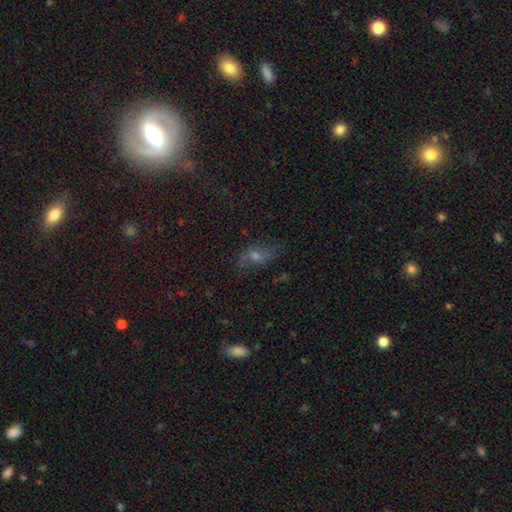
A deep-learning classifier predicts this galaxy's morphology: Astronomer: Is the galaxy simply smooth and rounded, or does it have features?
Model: featured or disk — 39% (runner-up: smooth, 35%).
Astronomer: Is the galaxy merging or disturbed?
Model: none — 71%.